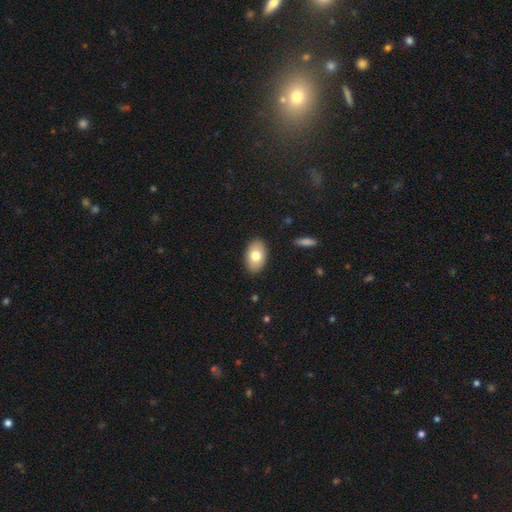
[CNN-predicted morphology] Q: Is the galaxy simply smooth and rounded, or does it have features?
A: smooth — 75%.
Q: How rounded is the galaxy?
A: in between — 92%.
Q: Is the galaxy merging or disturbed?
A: none — 88%.